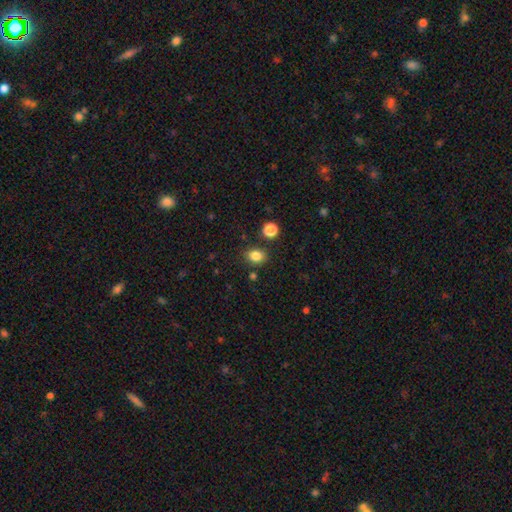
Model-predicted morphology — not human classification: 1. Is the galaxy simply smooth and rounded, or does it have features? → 83% smooth, 12% star or artifact, 5% featured or disk.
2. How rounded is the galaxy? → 54% round, 45% in between, 1% cigar-shaped.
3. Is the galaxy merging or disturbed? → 82% none, 10% minor disturbance, 5% merger, 3% major disturbance.